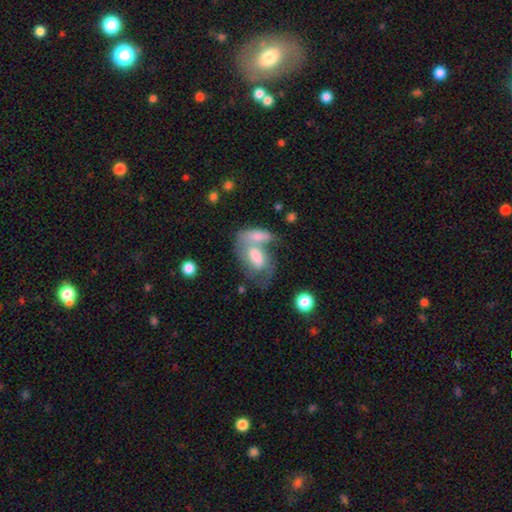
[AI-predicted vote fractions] The model was most divided on "smooth or featured": smooth: 53%, featured or disk: 41%, star or artifact: 7%. More confident: how rounded — in between (89%); merging — merger (55%).